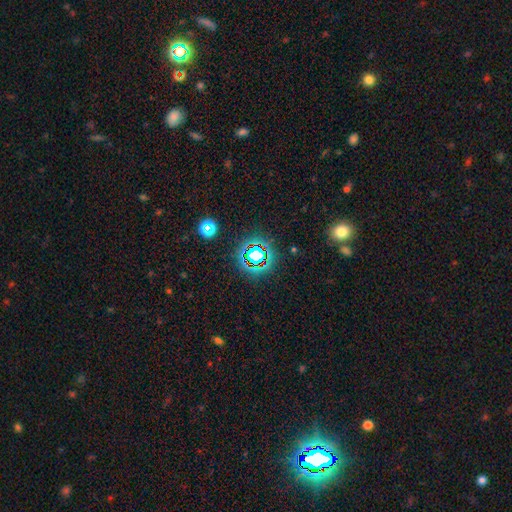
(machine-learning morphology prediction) Smooth or featured?
  - star or artifact: 67% *
  - smooth: 21%
  - featured or disk: 12%